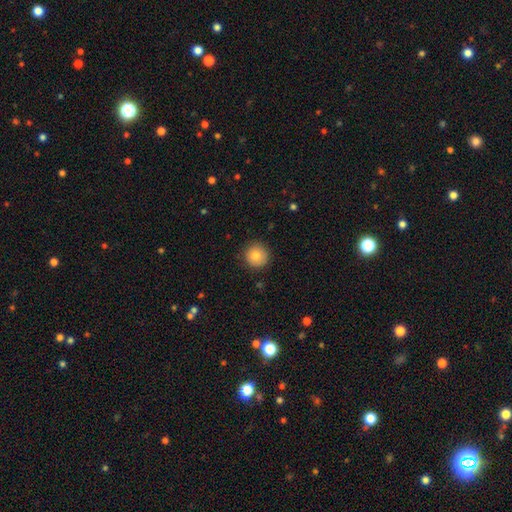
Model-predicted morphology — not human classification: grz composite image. It shows a smooth galaxy with no disk features (81%) that is round (95%). Merging: none (89%).